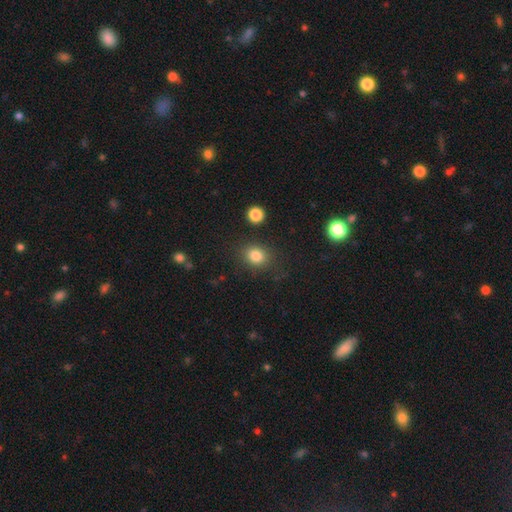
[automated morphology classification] smooth 82%, star or artifact 12%, featured or disk 6%. Down the decision tree: how rounded — round (62%); merging — none (80%).